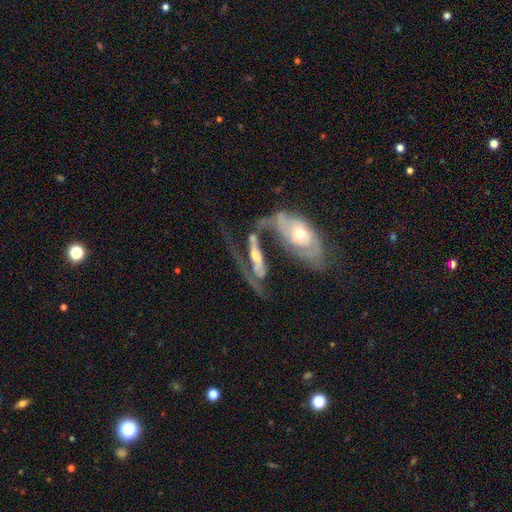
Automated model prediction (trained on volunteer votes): Q: Smooth or featured?
A: featured or disk (75%); runner-up: smooth (18%)
Q: Edge-on disk?
A: no (73%); runner-up: yes (27%)
Q: Bar?
A: no (55%); runner-up: weak (26%)
Q: Spiral arms?
A: yes (69%); runner-up: no (31%)
Q: Bulge size?
A: moderate (55%); runner-up: small (29%)
Q: Merging?
A: merger (49%); runner-up: major disturbance (24%)